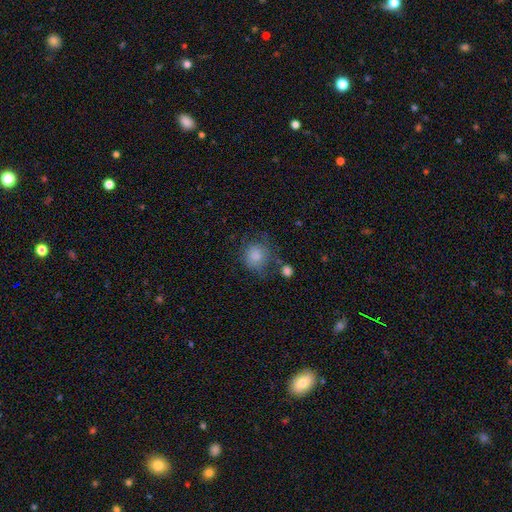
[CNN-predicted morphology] This appears to be a smooth galaxy with no disk features (81%) that is round (82%). Merging: none (56%).